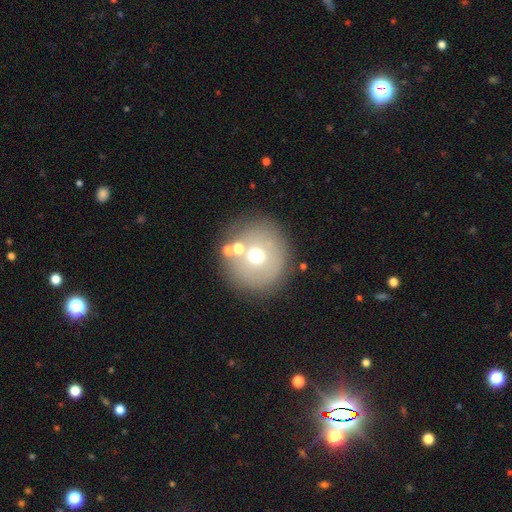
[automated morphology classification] Overall: smooth (60%; featured or disk 23%). How rounded: round (91%). Merging: none (76%).